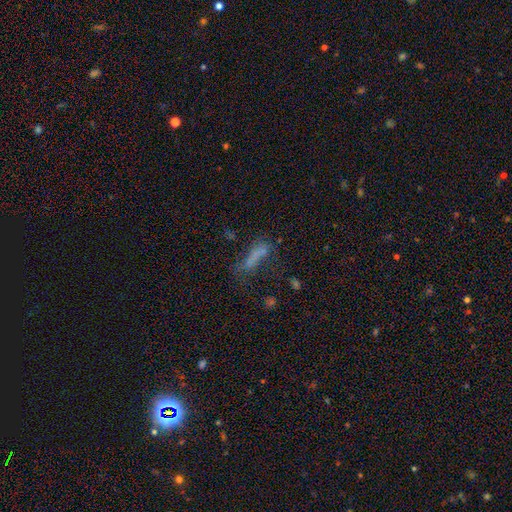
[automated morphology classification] smooth-or-featured: smooth: 61% | featured or disk: 21% | star or artifact: 18%
  how-rounded: cigar-shaped: 66% | in between: 30% | round: 4%
  merging: none: 41% | major disturbance: 27% | minor disturbance: 23% | merger: 9%